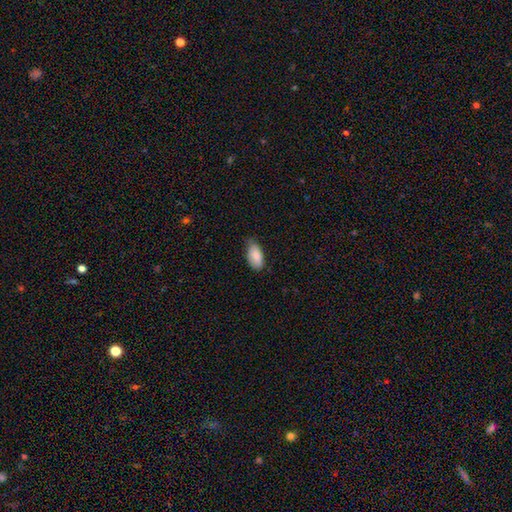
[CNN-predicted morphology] Overall: smooth (85%). How rounded: in between (93%). Merging: none (64%; minor disturbance 31%).